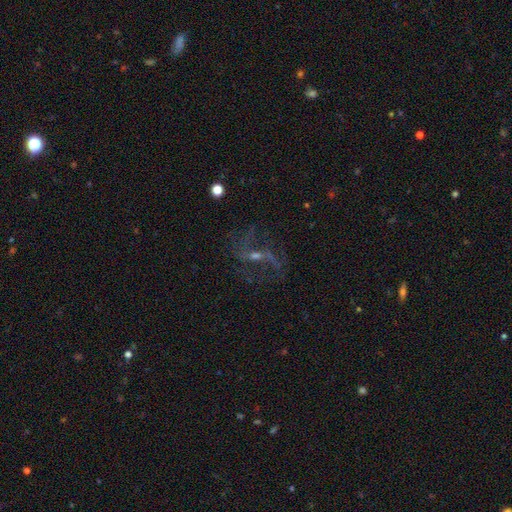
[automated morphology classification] A featured or disk galaxy (72%) with a weak bar (39%), spiral arms (76%) and a small central bulge (54%).

Vote fractions:
- Smooth or featured? featured or disk: 72% / star or artifact: 17% / smooth: 11%
- Edge-on disk? no: 91% / yes: 9%
- Bar? weak: 39% / no: 36% / strong: 25%
- Spiral arms? yes: 76% / no: 24%
- Bulge size? small: 54% / moderate: 35% / none: 8% / large: 2% / dominant: 1%
- Merging? none: 59% / major disturbance: 23% / minor disturbance: 15% / merger: 3%